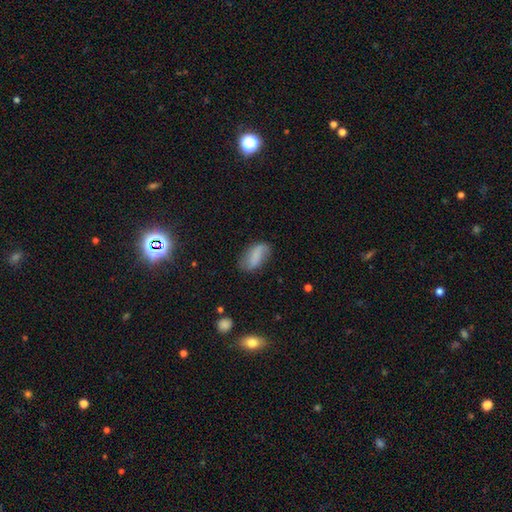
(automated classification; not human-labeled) This is likely a smooth galaxy (64%). How rounded: clearly in between (89%). Merging: likely none (66%).